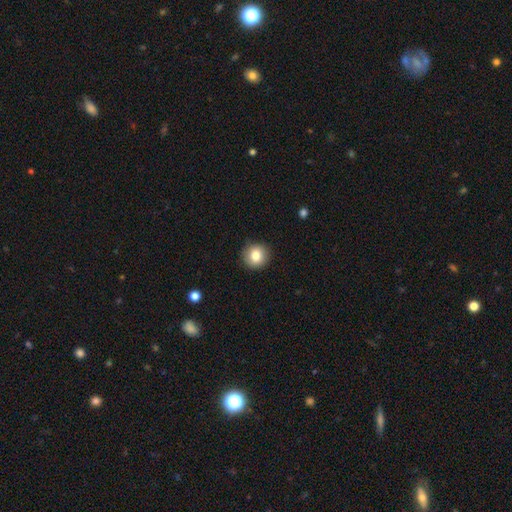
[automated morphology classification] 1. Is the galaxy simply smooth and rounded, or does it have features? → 83% smooth, 9% star or artifact, 8% featured or disk.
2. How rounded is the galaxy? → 91% round, 8% in between, 1% cigar-shaped.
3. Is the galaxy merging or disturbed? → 89% none, 8% minor disturbance, 2% major disturbance, 1% merger.